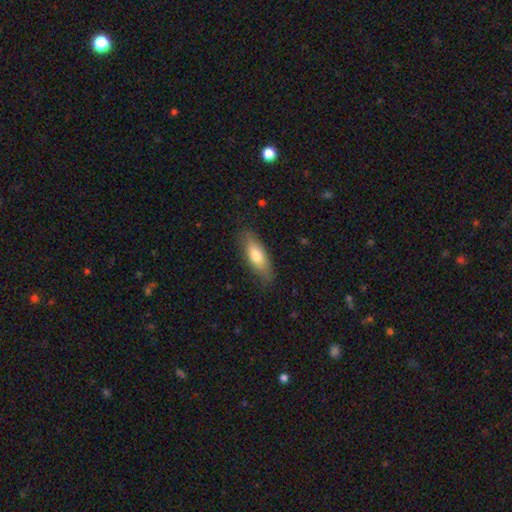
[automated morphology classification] This appears to be a smooth galaxy with no disk features (70%) that is in between round and cigar-shaped (67%). Merging: none (77%).